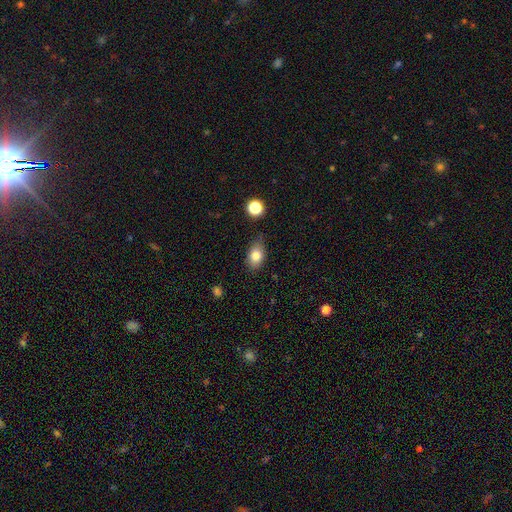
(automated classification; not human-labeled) Smooth or featured?
  - smooth: 81% *
  - featured or disk: 10%
  - star or artifact: 9%
How rounded?
  - in between: 81% *
  - round: 17%
  - cigar-shaped: 2%
Merging?
  - none: 74% *
  - minor disturbance: 19%
  - major disturbance: 4%
  - merger: 2%